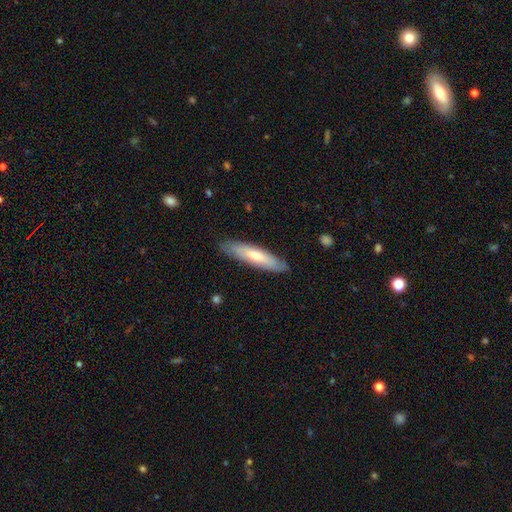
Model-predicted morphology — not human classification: Overall: smooth (58%; featured or disk 37%). How rounded: cigar-shaped (76%). Merging: none (86%).